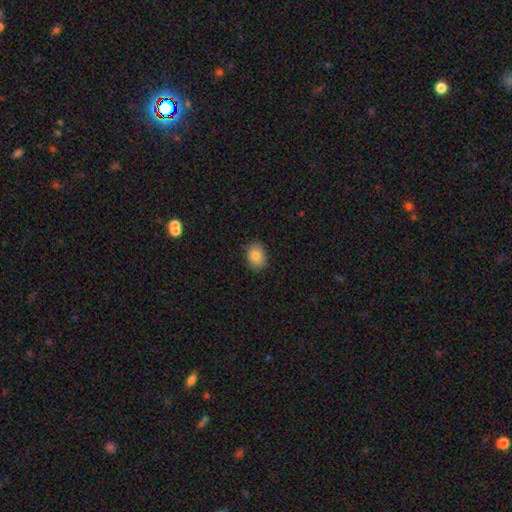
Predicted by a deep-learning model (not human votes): Morphology: type=smooth (85%); roundness=in between (71%); merging=none (86%).